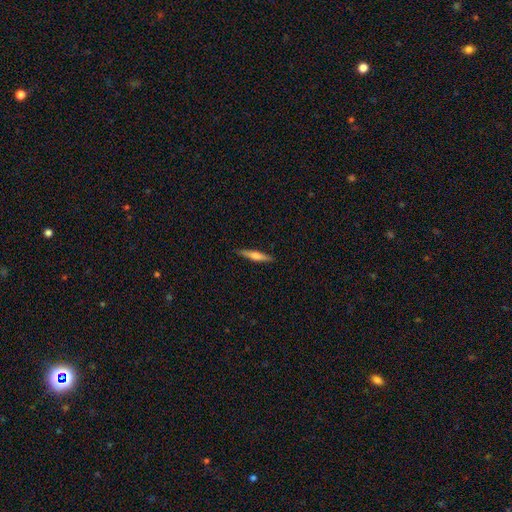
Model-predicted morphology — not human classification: This appears to be a smooth galaxy with no disk features (49%). Merging: none (90%).